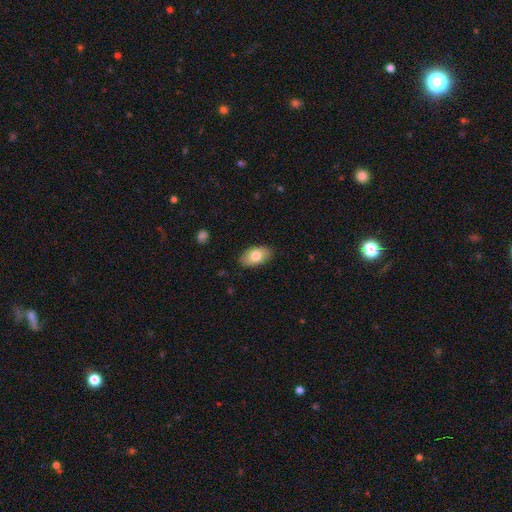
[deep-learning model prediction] A smooth galaxy with no disk features (78%) that is in between round and cigar-shaped (93%). Merging: none (87%).